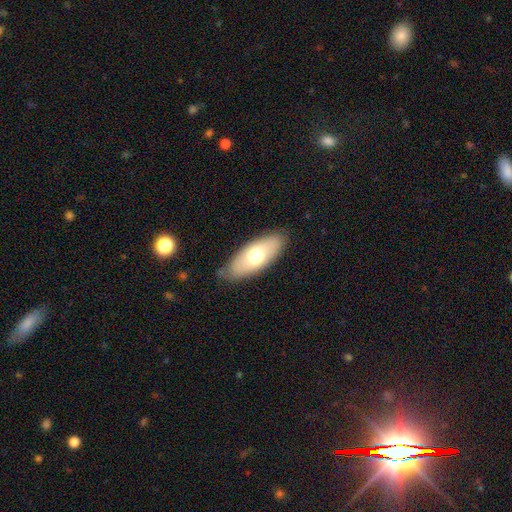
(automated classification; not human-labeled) Smooth or featured? smooth (67%)
How rounded? in between (83%)
Merging? none (80%)